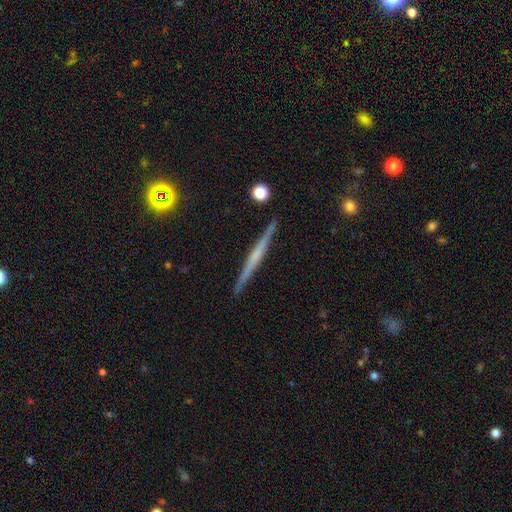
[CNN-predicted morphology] smooth_or_featured: featured or disk (p=0.68) [alt: smooth p=0.25]
disk_edge_on: yes (p=0.98) [alt: no p=0.02]
edge_on_bulge: none (p=0.55) [alt: rounded p=0.31]
merging: none (p=0.91) [alt: minor disturbance p=0.06]